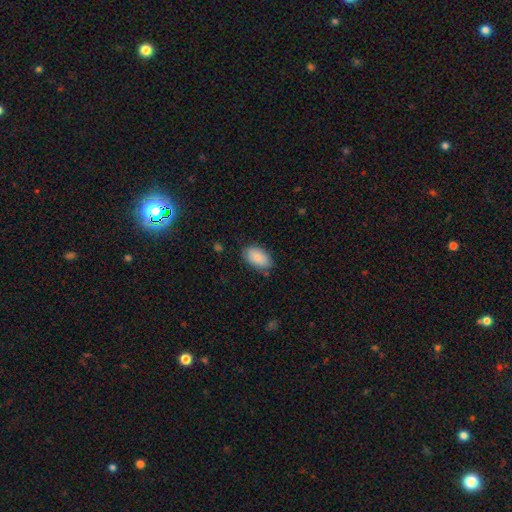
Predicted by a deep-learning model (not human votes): Smooth or featured?
  - smooth: 84% *
  - featured or disk: 10%
  - star or artifact: 6%
How rounded?
  - in between: 94% *
  - round: 5%
  - cigar-shaped: 1%
Merging?
  - none: 80% *
  - minor disturbance: 16%
  - major disturbance: 3%
  - merger: 2%